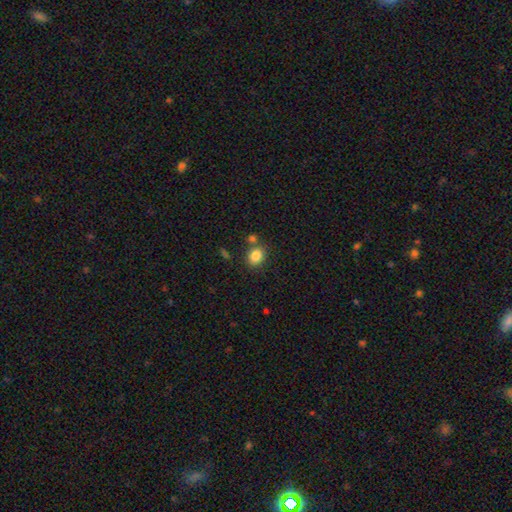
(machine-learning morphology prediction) This appears to be a smooth galaxy with no disk features (84%) that is round (55%). Merging: none (72%).